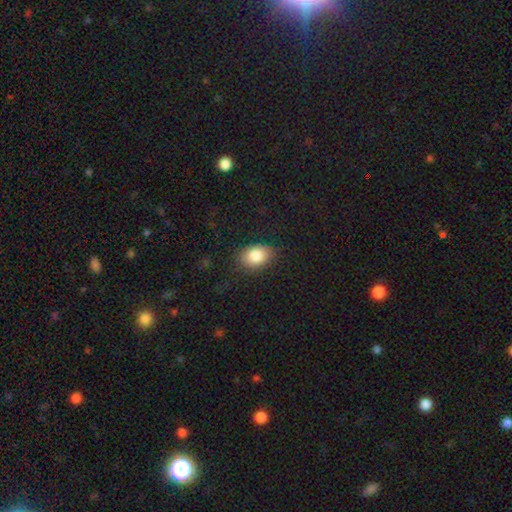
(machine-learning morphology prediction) Smooth or featured: smooth — 85% (star or artifact — 8%)
How rounded: in between — 78% (round — 21%)
Merging: none — 81% (minor disturbance — 14%)